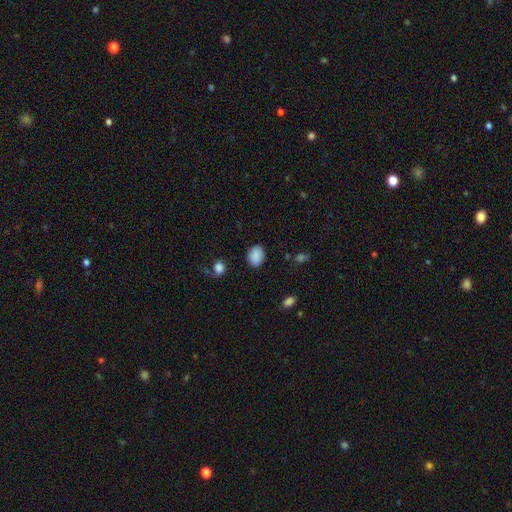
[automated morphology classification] A smooth galaxy with no disk features (89%) that is in between round and cigar-shaped (72%). Merging: none (85%).